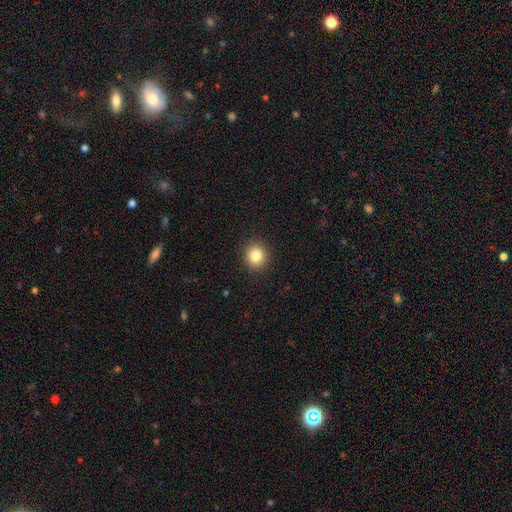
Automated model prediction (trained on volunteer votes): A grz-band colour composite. It shows a smooth galaxy with no disk features (84%) that is round (87%). Merging: none (92%).